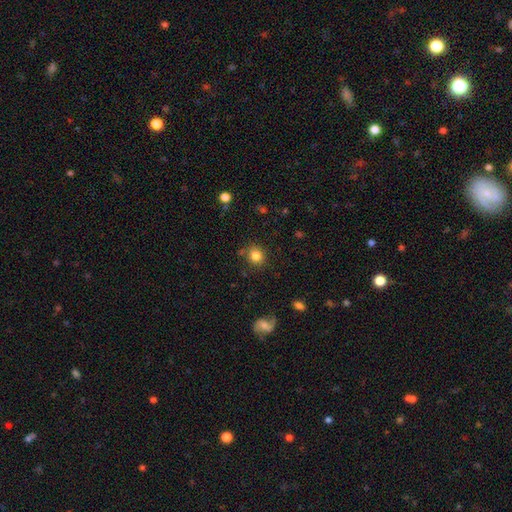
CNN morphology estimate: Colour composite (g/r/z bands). It shows a smooth galaxy with no disk features (82%) that is round (84%). Merging: none (82%).